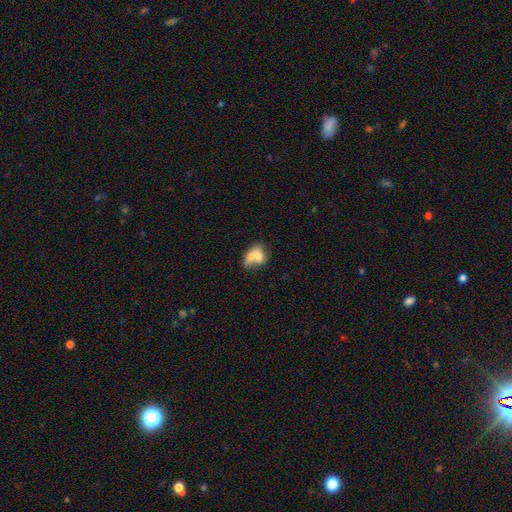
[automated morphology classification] smooth 65%, featured or disk 27%, star or artifact 8%. Down the decision tree: how rounded — in between (65%); merging — merger (65%).